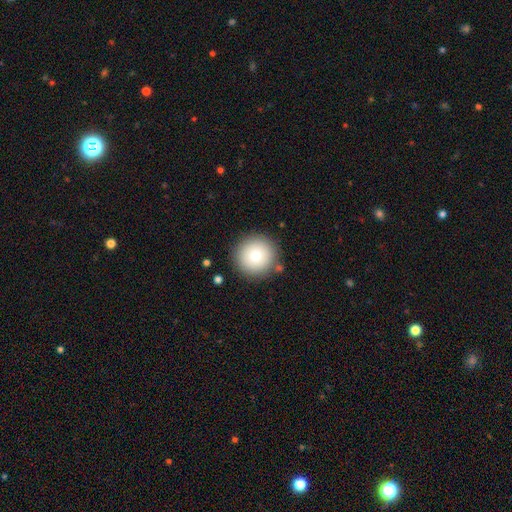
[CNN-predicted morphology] Smooth or featured? Predicted: smooth (p=0.78). How rounded? Predicted: round (p=0.96). Merging? Predicted: none (p=0.87).